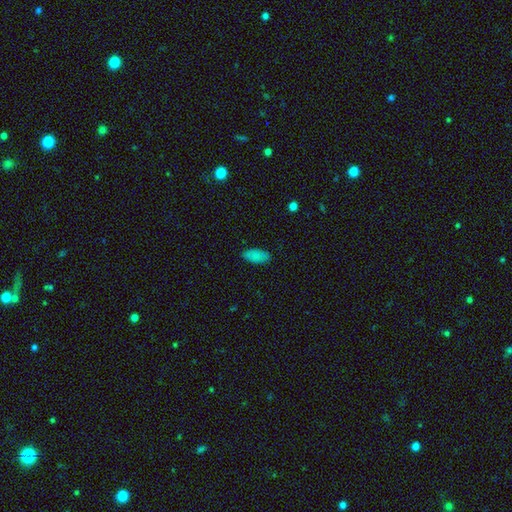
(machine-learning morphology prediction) This is clearly a smooth galaxy (86%). How rounded: clearly in between (91%). Merging: clearly none (86%).